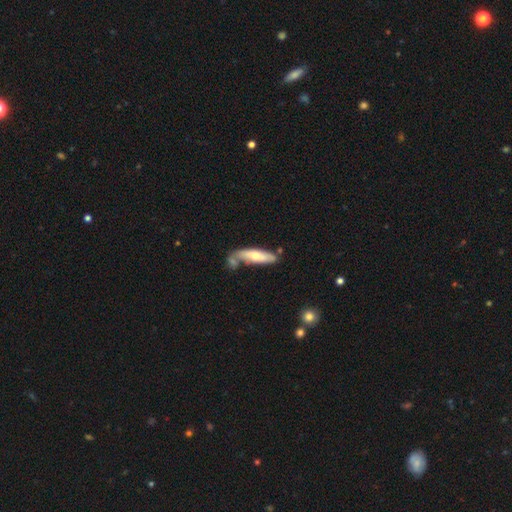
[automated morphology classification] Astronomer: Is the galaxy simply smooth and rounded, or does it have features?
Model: smooth — 52% (runner-up: featured or disk, 43%).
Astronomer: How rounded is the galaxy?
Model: cigar-shaped — 67%.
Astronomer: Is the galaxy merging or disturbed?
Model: none — 51%.